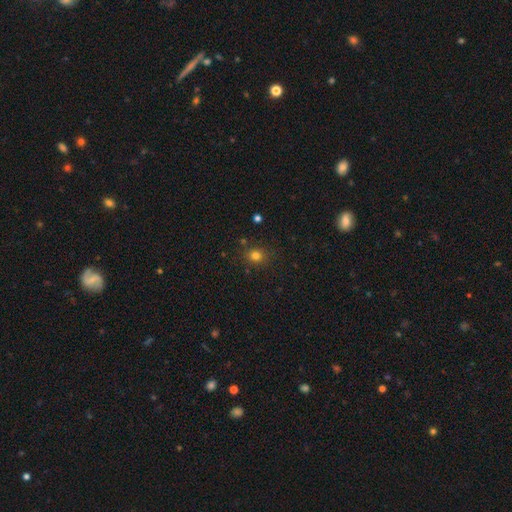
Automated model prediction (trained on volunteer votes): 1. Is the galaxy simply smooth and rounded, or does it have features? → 79% smooth, 15% star or artifact, 6% featured or disk.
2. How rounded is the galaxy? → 77% round, 22% in between, 1% cigar-shaped.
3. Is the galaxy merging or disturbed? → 84% none, 10% minor disturbance, 3% merger, 3% major disturbance.